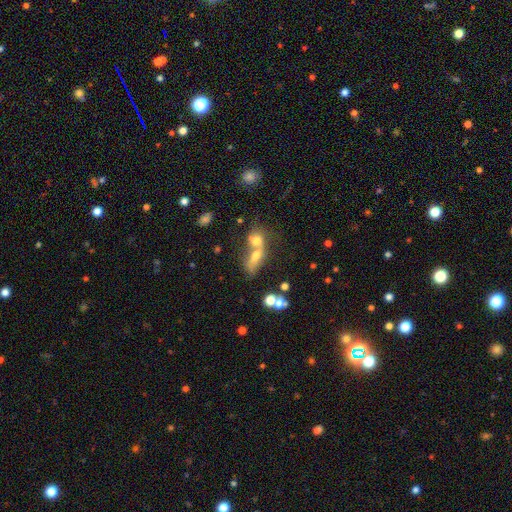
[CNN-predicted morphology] smooth-or-featured: smooth: 60% | featured or disk: 26% | star or artifact: 14%
  how-rounded: in between: 63% | round: 26% | cigar-shaped: 12%
  merging: merger: 70% | none: 17% | major disturbance: 7% | minor disturbance: 7%